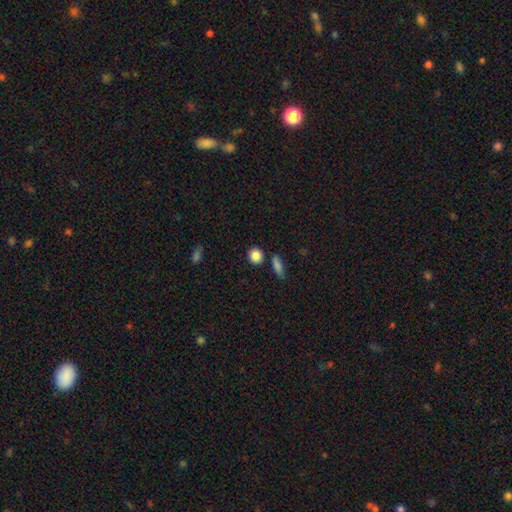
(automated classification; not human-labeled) Smooth or featured?
  - smooth: 86% *
  - star or artifact: 9%
  - featured or disk: 5%
How rounded?
  - round: 86% *
  - in between: 12%
  - cigar-shaped: 2%
Merging?
  - none: 82% *
  - minor disturbance: 9%
  - merger: 7%
  - major disturbance: 3%